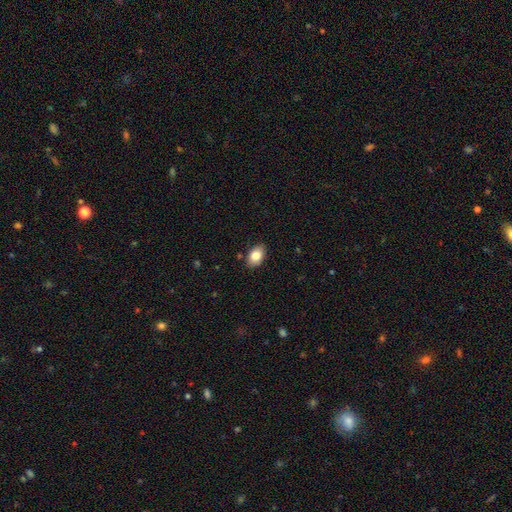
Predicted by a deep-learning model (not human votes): Overall: smooth (82%). How rounded: in between (87%). Merging: none (86%).